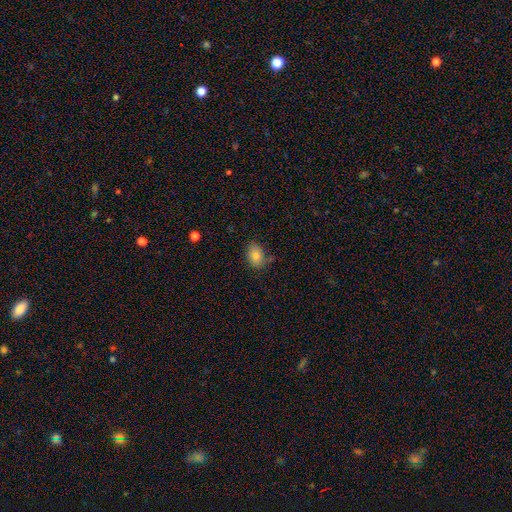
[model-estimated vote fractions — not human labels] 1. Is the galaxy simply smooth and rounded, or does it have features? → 80% smooth, 11% featured or disk, 9% star or artifact.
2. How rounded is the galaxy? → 76% in between, 22% round, 1% cigar-shaped.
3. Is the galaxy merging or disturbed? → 66% none, 24% minor disturbance, 6% major disturbance, 4% merger.